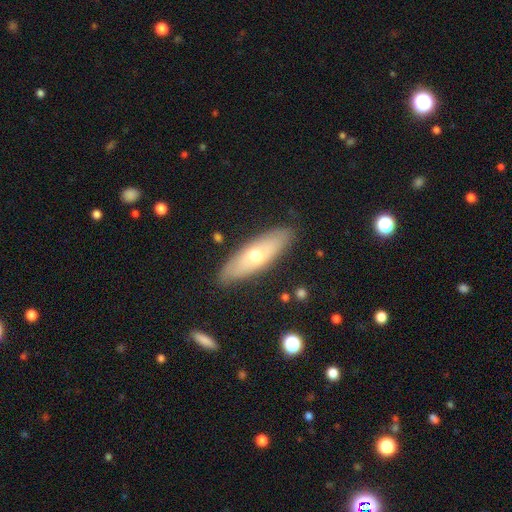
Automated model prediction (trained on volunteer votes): Smooth or featured? Predicted: smooth (p=0.55). How rounded? Predicted: in between (p=0.56). Merging? Predicted: none (p=0.86).